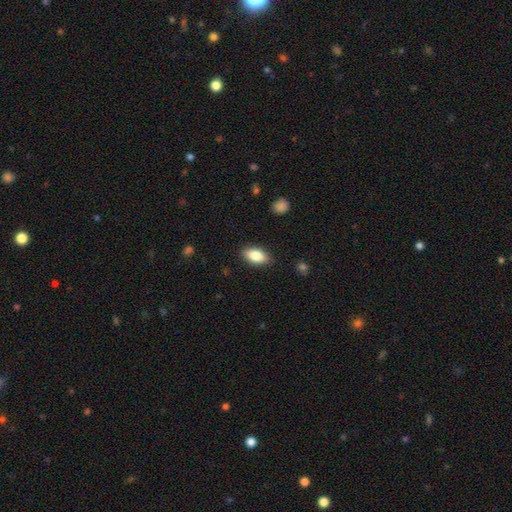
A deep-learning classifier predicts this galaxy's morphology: This is clearly a smooth galaxy (82%). How rounded: clearly in between (89%). Merging: clearly none (87%).